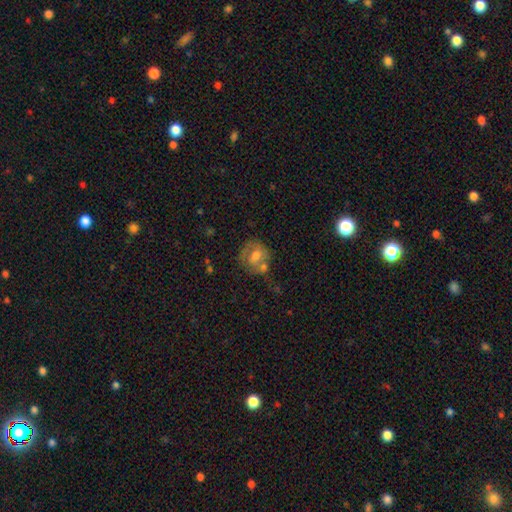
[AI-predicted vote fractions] This appears to be a smooth galaxy with no disk features (53%) that is round (75%). Merging: none (43%).